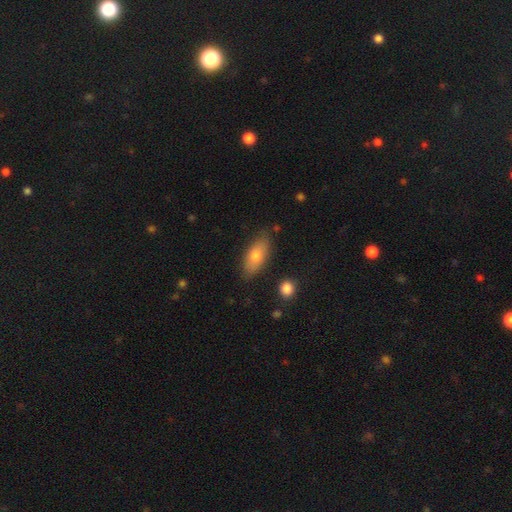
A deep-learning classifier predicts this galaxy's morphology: Smooth or featured?
  - smooth: 73% *
  - featured or disk: 21%
  - star or artifact: 7%
How rounded?
  - in between: 84% *
  - cigar-shaped: 13%
  - round: 4%
Merging?
  - none: 81% *
  - minor disturbance: 14%
  - major disturbance: 3%
  - merger: 2%